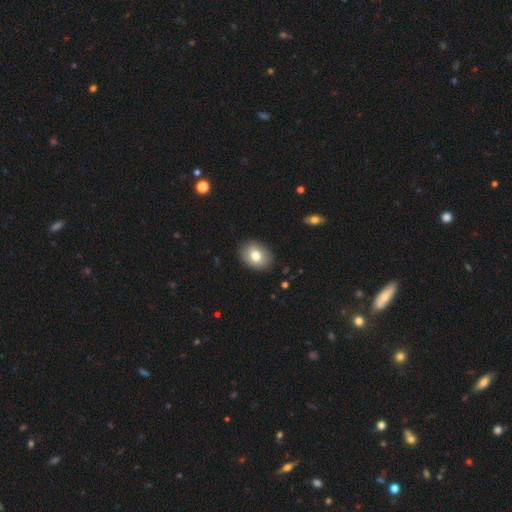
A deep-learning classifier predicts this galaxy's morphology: type=smooth (77%); roundness=in between (64%); merging=none (89%).